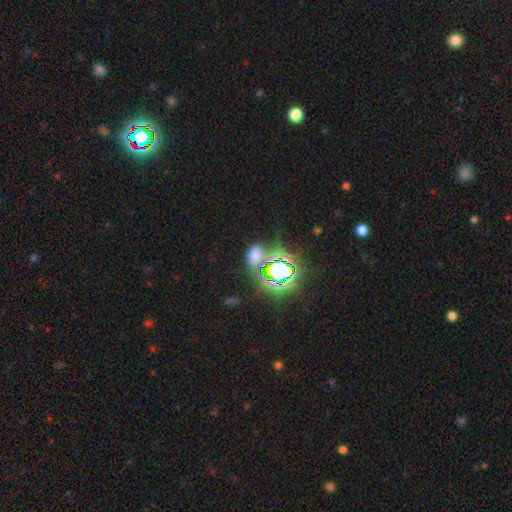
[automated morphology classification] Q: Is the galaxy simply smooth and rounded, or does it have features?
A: smooth — 48%.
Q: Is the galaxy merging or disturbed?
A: none — 66%.